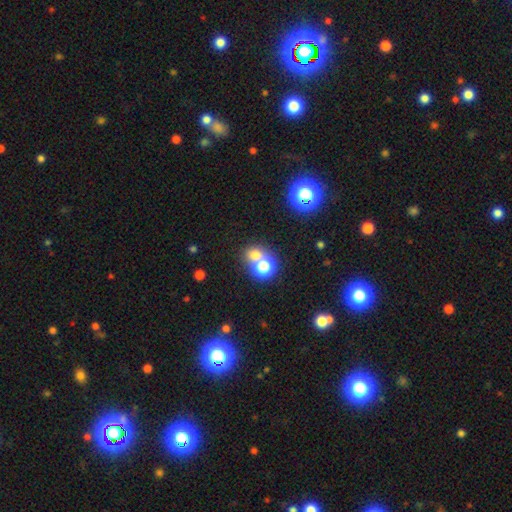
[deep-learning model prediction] Smooth or featured?
  - smooth: 64% *
  - star or artifact: 24%
  - featured or disk: 12%
How rounded?
  - round: 75% *
  - in between: 24%
  - cigar-shaped: 1%
Merging?
  - none: 46% *
  - merger: 44%
  - minor disturbance: 7%
  - major disturbance: 4%